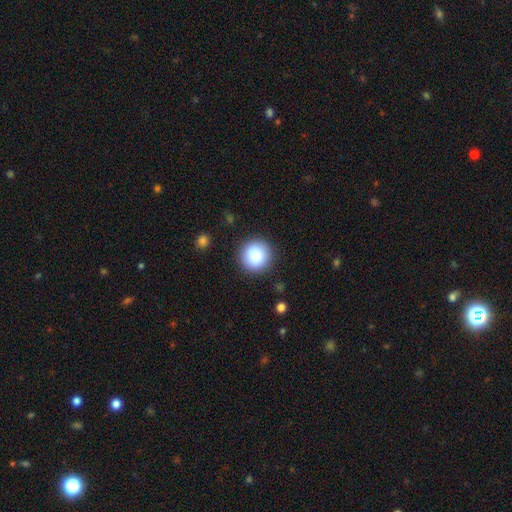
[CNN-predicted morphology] smooth 85%, star or artifact 8%, featured or disk 7%. Down the decision tree: how rounded — round (95%); merging — none (91%).